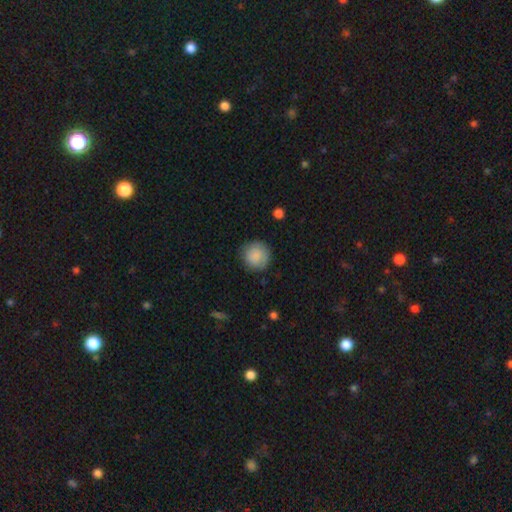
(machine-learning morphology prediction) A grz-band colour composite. It shows a smooth galaxy with no disk features (86%) that is round (93%). Merging: none (82%).